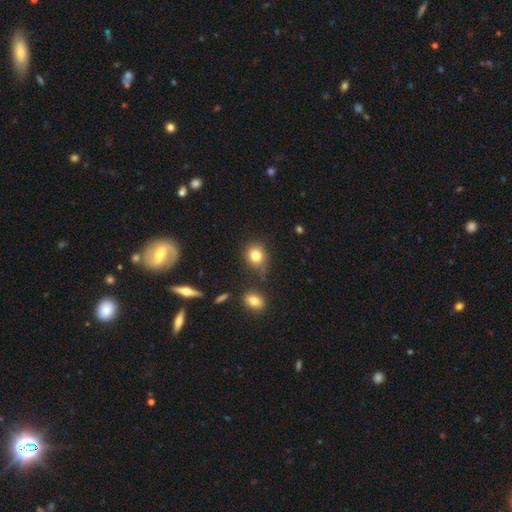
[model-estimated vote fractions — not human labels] Smooth or featured: smooth — 80% (star or artifact — 12%)
How rounded: round — 72% (in between — 27%)
Merging: none — 64% (minor disturbance — 22%)